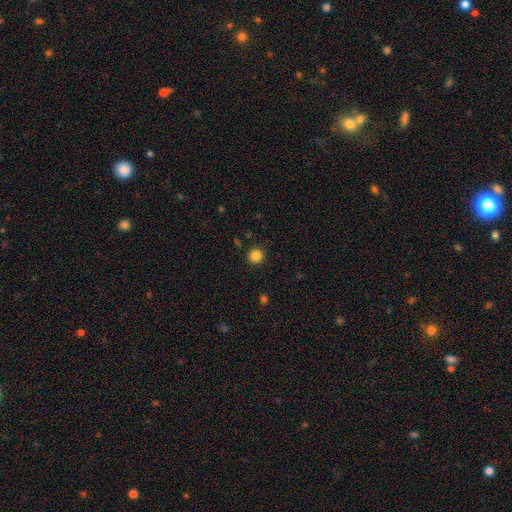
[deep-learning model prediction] A smooth galaxy with no disk features (85%) that is round (95%). Merging: none (92%).